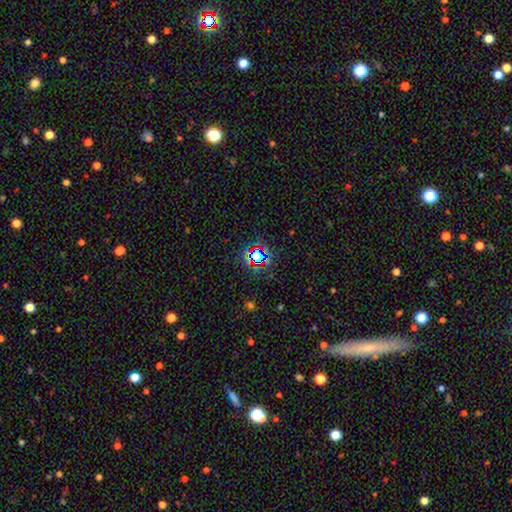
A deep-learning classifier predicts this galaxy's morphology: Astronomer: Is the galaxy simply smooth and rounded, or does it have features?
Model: star or artifact — 66%.